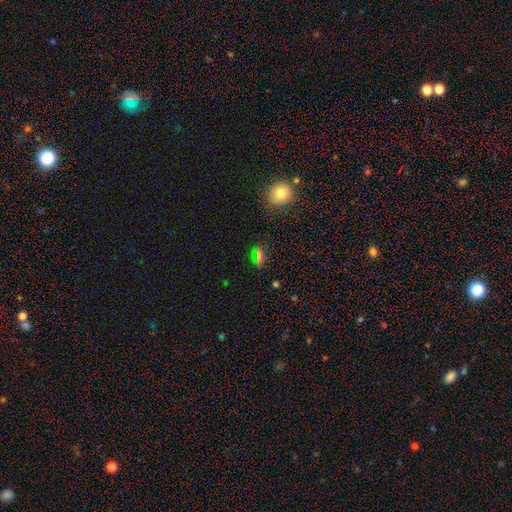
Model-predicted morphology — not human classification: Smooth or featured? Predicted: star or artifact (p=0.47).